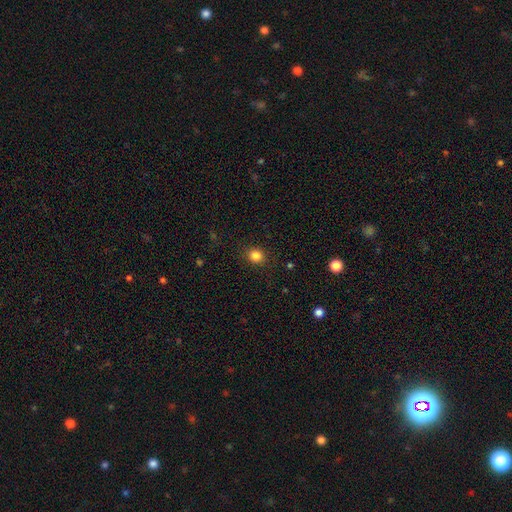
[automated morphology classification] Smooth or featured: smooth — 84% (star or artifact — 12%)
How rounded: round — 75% (in between — 24%)
Merging: none — 88% (minor disturbance — 8%)